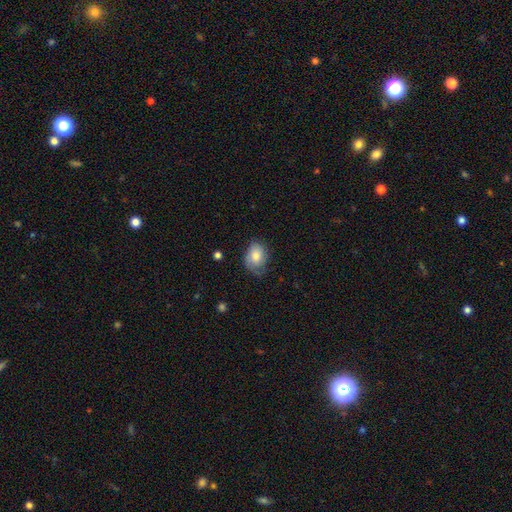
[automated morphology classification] A smooth galaxy with no disk features (71%) that is in between round and cigar-shaped (72%). Merging: none (54%).